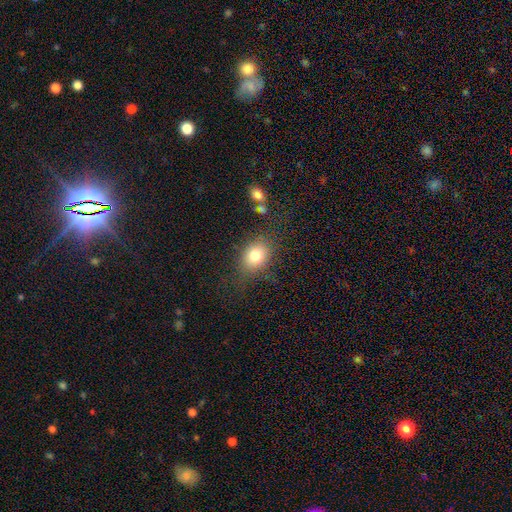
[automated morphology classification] A smooth galaxy with no disk features (78%) that is in between round and cigar-shaped (58%).

Vote fractions:
- Smooth or featured? smooth: 78% / featured or disk: 11% / star or artifact: 11%
- How rounded? in between: 58% / round: 40% / cigar-shaped: 1%
- Merging? none: 72% / minor disturbance: 17% / major disturbance: 8% / merger: 3%